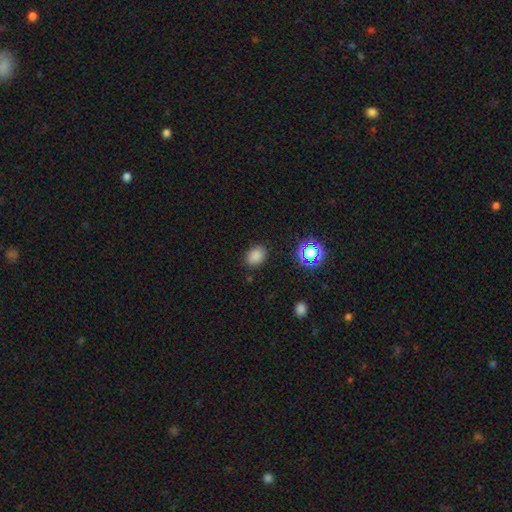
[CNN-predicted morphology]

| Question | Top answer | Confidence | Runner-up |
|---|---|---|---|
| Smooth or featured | smooth | 80% | star or artifact (15%) |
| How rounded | in between | 69% | round (30%) |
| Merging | none | 85% | minor disturbance (11%) |